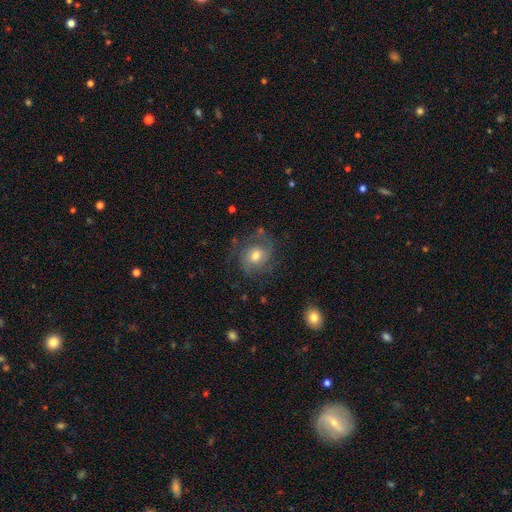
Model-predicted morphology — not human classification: The model was most divided on "smooth or featured": featured or disk: 53%, smooth: 37%, star or artifact: 10%. More confident: edge-on disk — no (97%); spiral arms — yes (81%); bar — no (70%); bulge size — moderate (68%); merging — none (64%).